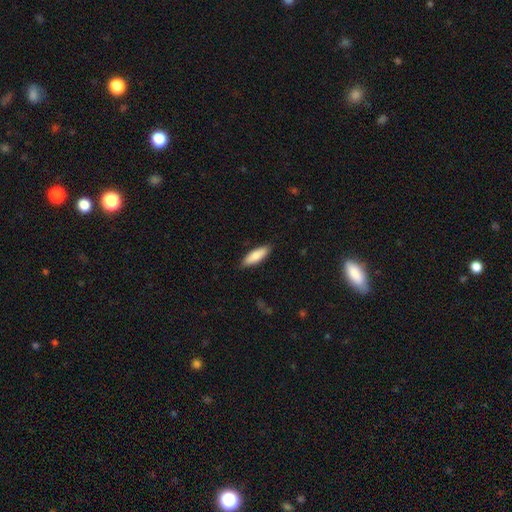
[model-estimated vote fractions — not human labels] Smooth or featured? smooth (83%)
How rounded? in between (55%)
Merging? none (86%)